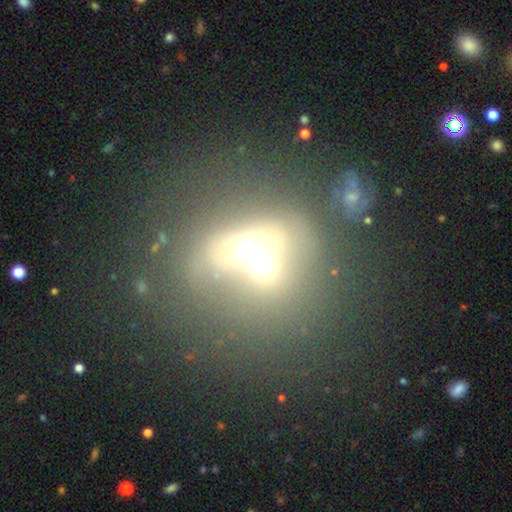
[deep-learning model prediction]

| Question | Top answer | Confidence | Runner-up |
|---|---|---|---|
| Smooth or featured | smooth | 52% | featured or disk (31%) |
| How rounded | round | 66% | in between (32%) |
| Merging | merger | 67% | none (19%) |